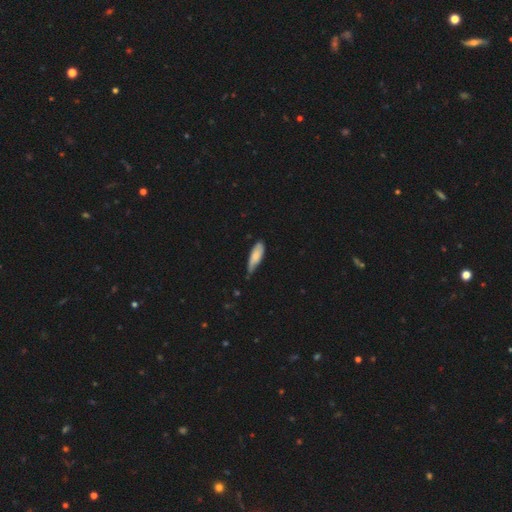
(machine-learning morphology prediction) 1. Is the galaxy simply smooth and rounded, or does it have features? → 79% smooth, 16% featured or disk, 6% star or artifact.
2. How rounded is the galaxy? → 54% in between, 44% cigar-shaped, 2% round.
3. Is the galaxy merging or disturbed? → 45% minor disturbance (tied), 45% none (tied), 7% major disturbance, 3% merger.